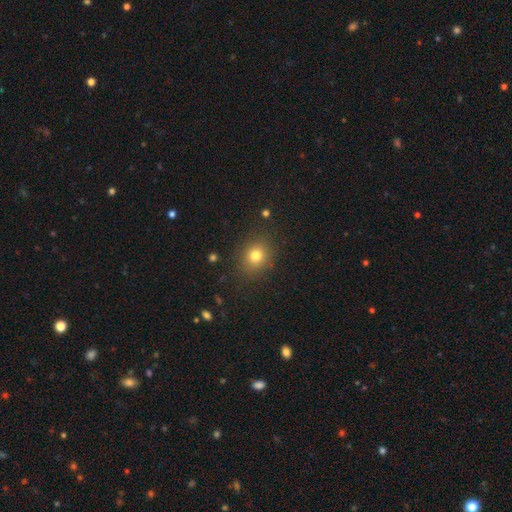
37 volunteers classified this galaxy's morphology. A smooth galaxy with no disk features (84%) that is round (74%). Merging: none (89%).